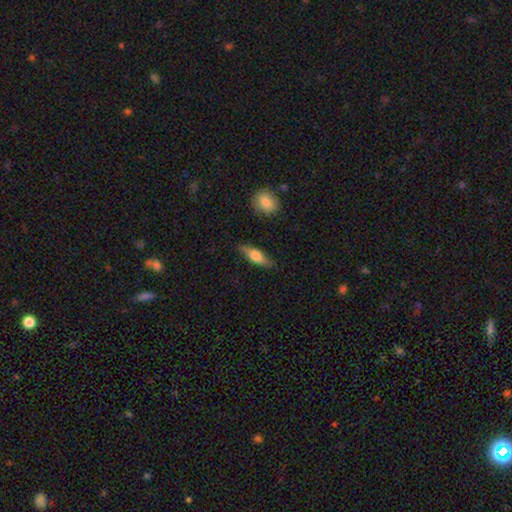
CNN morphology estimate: Smooth or featured? smooth (63%)
How rounded? in between (57%)
Merging? none (83%)